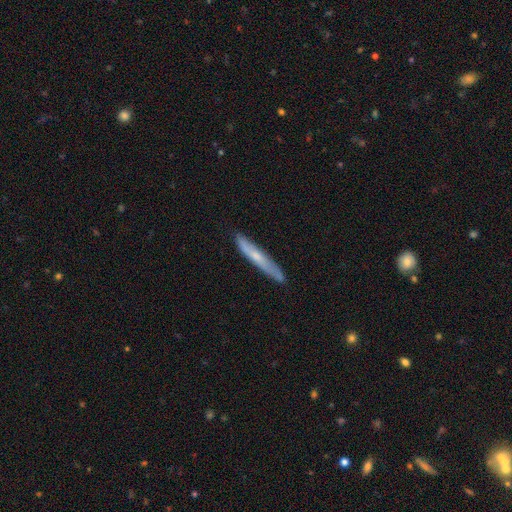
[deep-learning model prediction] A smooth galaxy with no disk features (51%) that is cigar-shaped (95%).

Vote fractions:
- Smooth or featured? smooth: 51% / featured or disk: 43% / star or artifact: 6%
- How rounded? cigar-shaped: 95% / in between: 4% / round: 1%
- Merging? none: 83% / minor disturbance: 13% / major disturbance: 2% / merger: 1%